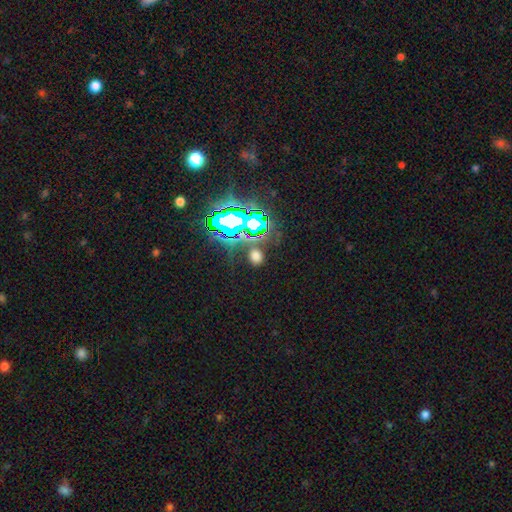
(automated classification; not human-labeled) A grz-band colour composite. It shows a smooth galaxy with no disk features (51%) that is round (69%). Merging: none (81%).